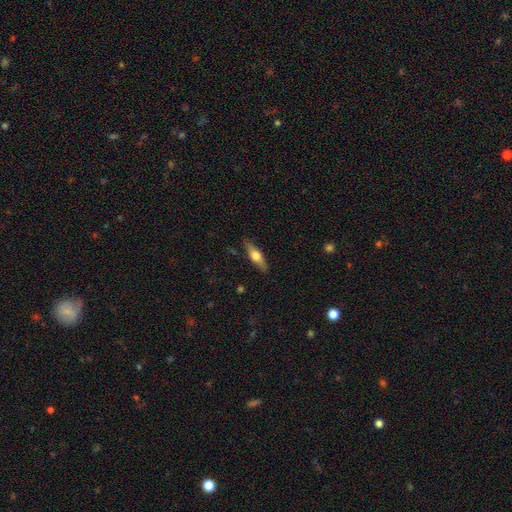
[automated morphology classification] type=featured or disk (48%); merging=none (85%).